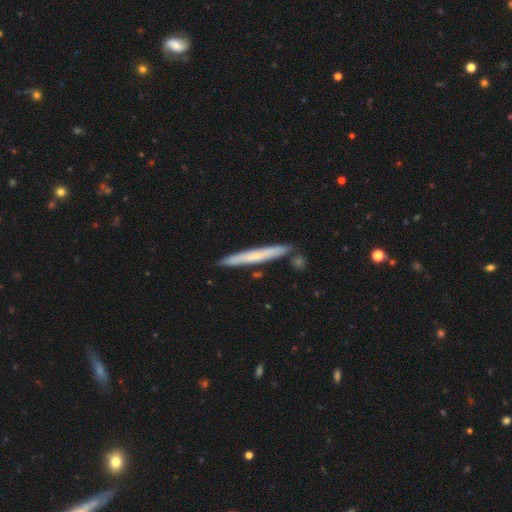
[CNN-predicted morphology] smooth-or-featured: smooth: 52% | featured or disk: 42% | star or artifact: 6%
  how-rounded: cigar-shaped: 97% | in between: 2% | round: 1%
  merging: none: 86% | minor disturbance: 9% | merger: 4% | major disturbance: 2%